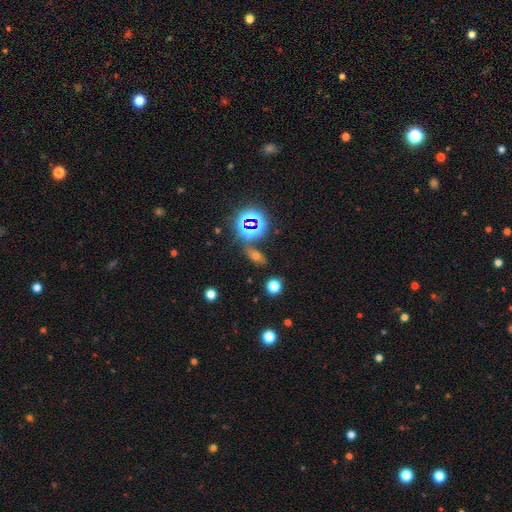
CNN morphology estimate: Smooth or featured: star or artifact — 42% (smooth — 40%)